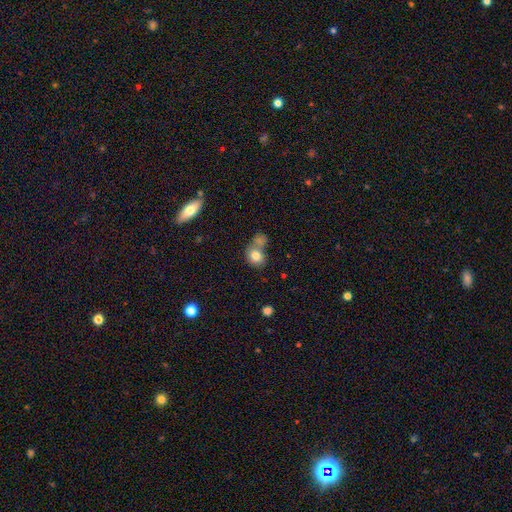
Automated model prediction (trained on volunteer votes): Smooth or featured? smooth (80%)
How rounded? round (54%)
Merging? merger (43%)